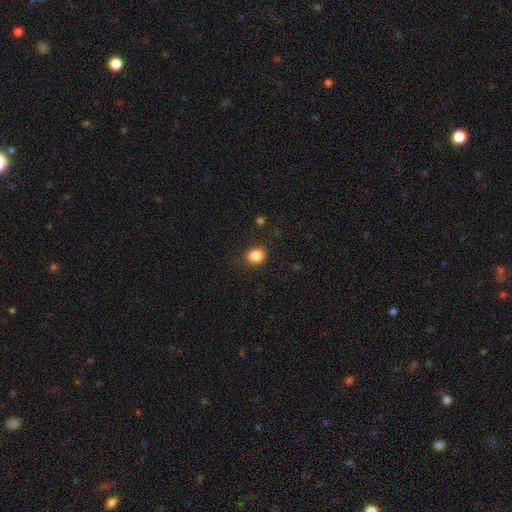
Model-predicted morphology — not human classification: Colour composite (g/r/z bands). It shows a smooth galaxy with no disk features (86%) that is round (68%). Merging: none (81%).